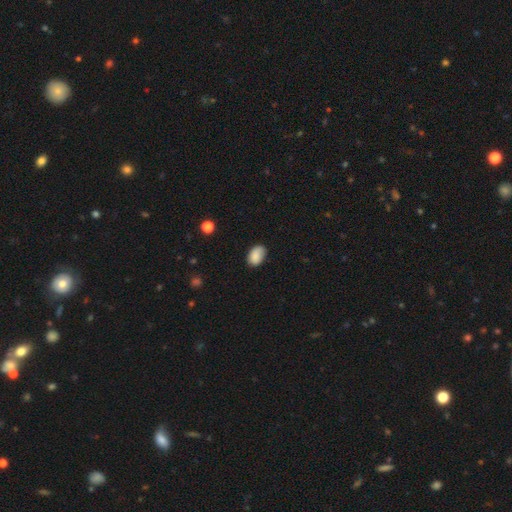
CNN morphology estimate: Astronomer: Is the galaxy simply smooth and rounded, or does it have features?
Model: smooth — 87%.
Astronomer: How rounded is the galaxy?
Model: in between — 87%.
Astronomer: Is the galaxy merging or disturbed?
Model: none — 75%.